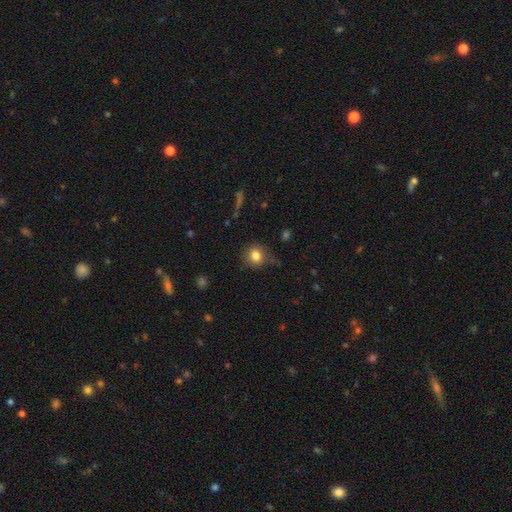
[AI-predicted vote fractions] Smooth or featured: smooth — 81% (star or artifact — 11%)
How rounded: round — 85% (in between — 14%)
Merging: none — 77% (minor disturbance — 16%)